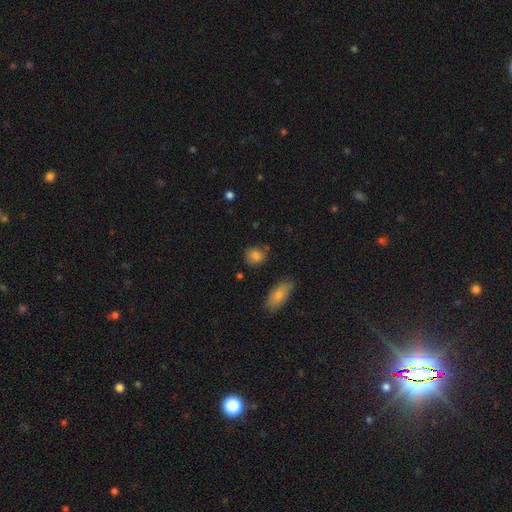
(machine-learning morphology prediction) Q: Smooth or featured?
A: smooth (82%); runner-up: star or artifact (10%)
Q: How rounded?
A: round (65%); runner-up: in between (33%)
Q: Merging?
A: none (74%); runner-up: minor disturbance (17%)